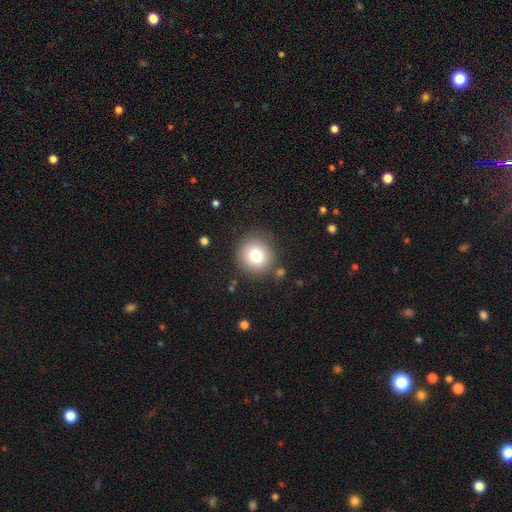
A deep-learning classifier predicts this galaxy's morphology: A smooth galaxy with no disk features (79%) that is round (92%).

Vote fractions:
- Smooth or featured? smooth: 79% / featured or disk: 10% / star or artifact: 10%
- How rounded? round: 92% / in between: 7% / cigar-shaped: 1%
- Merging? none: 83% / minor disturbance: 10% / major disturbance: 4% / merger: 3%